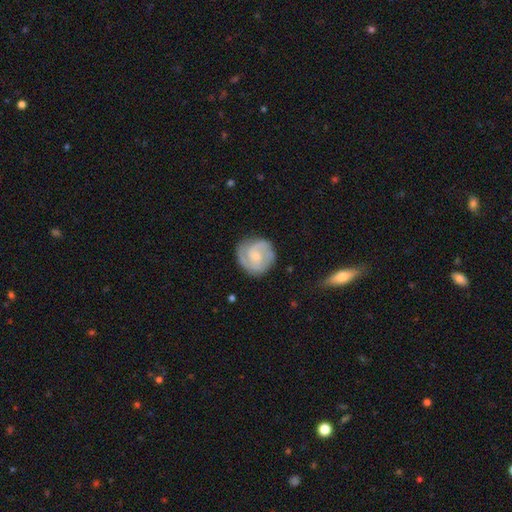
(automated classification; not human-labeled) This appears to be a featured or disk galaxy (79%) with no bar (50%), 2 (66%) tight (50%) spiral arms (96%) and a small central bulge (59%). Merging: none (80%).